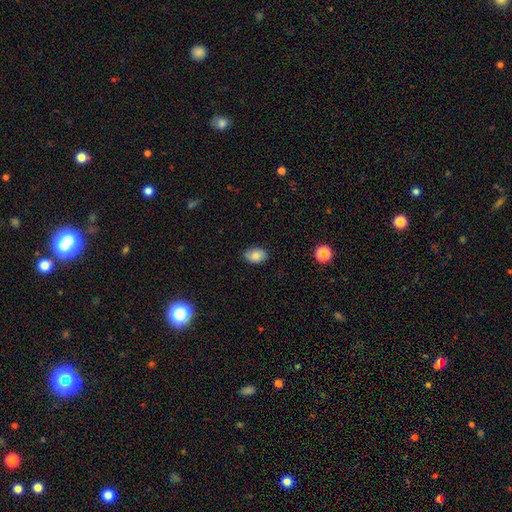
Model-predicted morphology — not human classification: This is likely a smooth galaxy (79%). How rounded: clearly in between (82%). Merging: clearly none (83%).